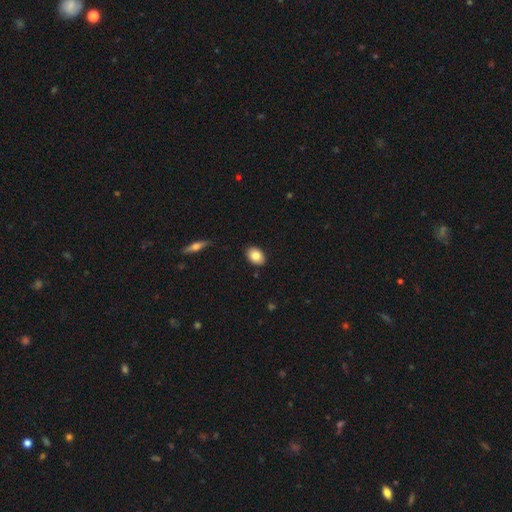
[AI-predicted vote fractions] This appears to be a smooth galaxy with no disk features (82%) that is in between round and cigar-shaped (80%). Merging: none (89%).